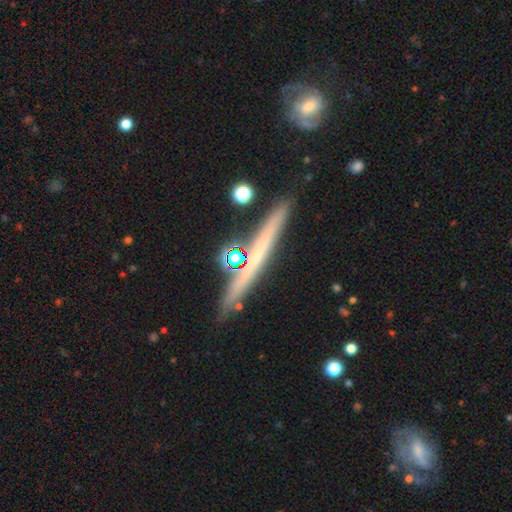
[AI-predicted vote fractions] The model was most divided on "smooth or featured": featured or disk: 56%, smooth: 35%, star or artifact: 10%. More confident: edge-on disk — yes (95%); merging — none (84%); edge-on bulge — none (80%).